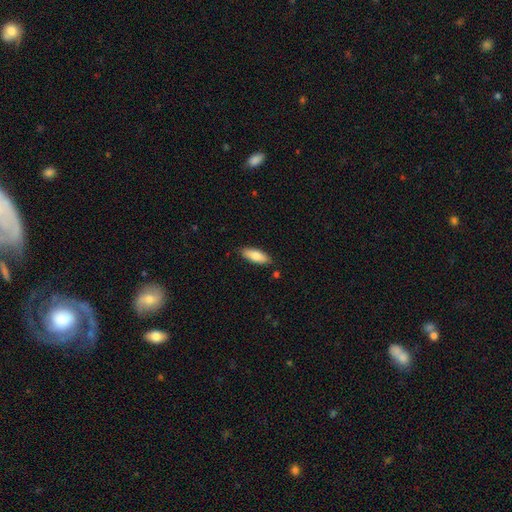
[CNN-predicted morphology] Smooth or featured? Predicted: smooth (p=0.81). How rounded? Predicted: in between (p=0.68). Merging? Predicted: none (p=0.85).